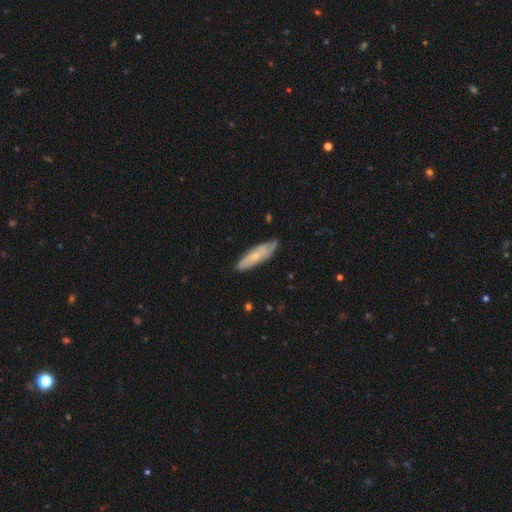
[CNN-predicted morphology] Smooth or featured?
  - featured or disk: 47% * (tied)
  - smooth: 47% * (tied)
  - star or artifact: 6%
Merging?
  - none: 74% *
  - minor disturbance: 21%
  - major disturbance: 3%
  - merger: 1%